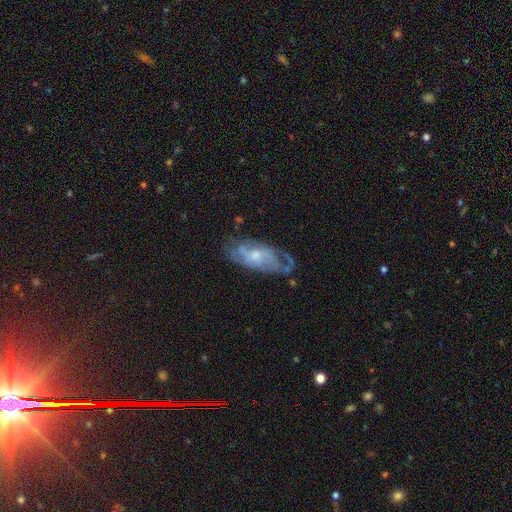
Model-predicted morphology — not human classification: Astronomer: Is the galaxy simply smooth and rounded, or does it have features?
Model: featured or disk — 70%.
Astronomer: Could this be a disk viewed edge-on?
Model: no — 90%.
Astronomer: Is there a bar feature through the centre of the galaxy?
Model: no — 71%.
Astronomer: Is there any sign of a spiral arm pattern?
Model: yes — 76%.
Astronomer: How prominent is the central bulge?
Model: small — 52% (runner-up: moderate, 41%).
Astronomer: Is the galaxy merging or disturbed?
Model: none — 51% (runner-up: minor disturbance, 28%).